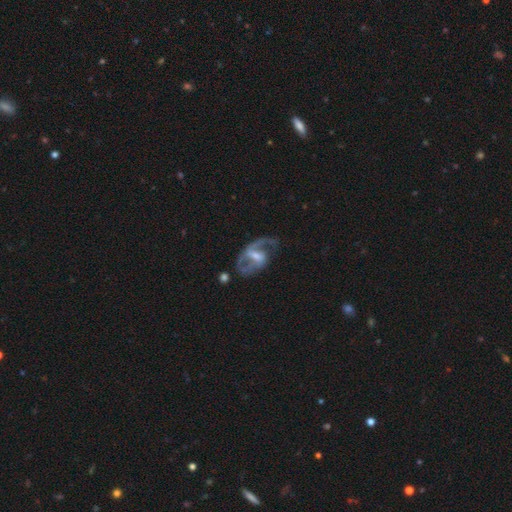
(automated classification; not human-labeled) This appears to be a featured or disk galaxy (83%) with a weak bar (50%), 2 (69%) medium (47%) spiral arms (89%) and a small central bulge (44%). Merging: none (50%).